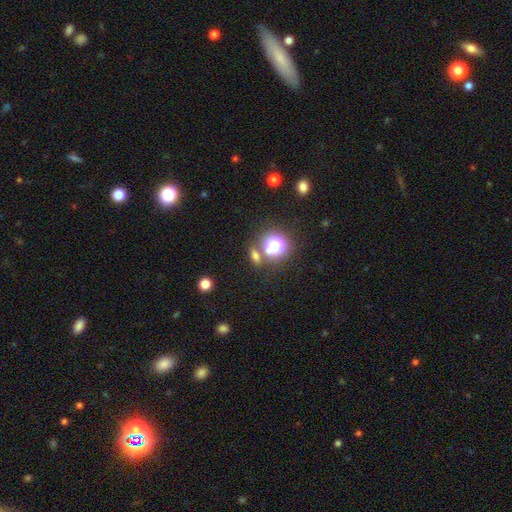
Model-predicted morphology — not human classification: type=smooth (56%); roundness=in between (49%); merging=none (70%).